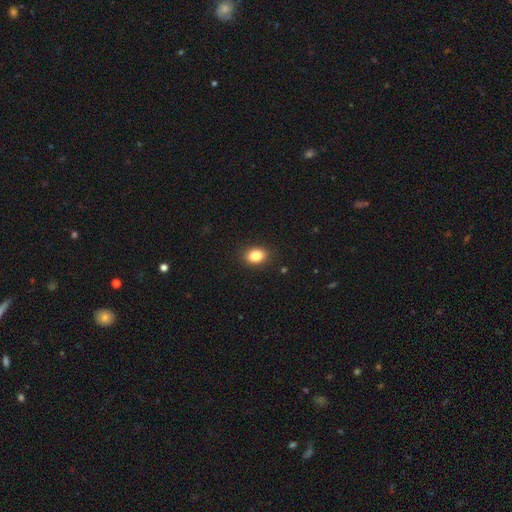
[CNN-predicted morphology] The model was most divided on "how rounded": in between: 68%, round: 31%, cigar-shaped: 1%. More confident: merging — none (89%); smooth or featured — smooth (85%).